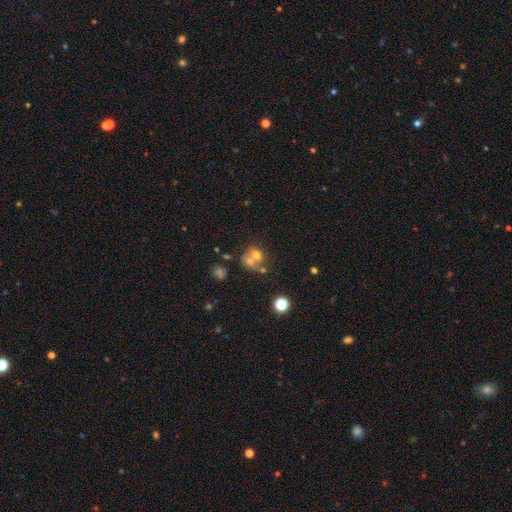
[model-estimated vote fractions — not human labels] Smooth or featured?
  - smooth: 61% *
  - featured or disk: 23%
  - star or artifact: 16%
How rounded?
  - round: 61% *
  - in between: 38%
  - cigar-shaped: 1%
Merging?
  - merger: 61% *
  - none: 26%
  - minor disturbance: 8%
  - major disturbance: 6%